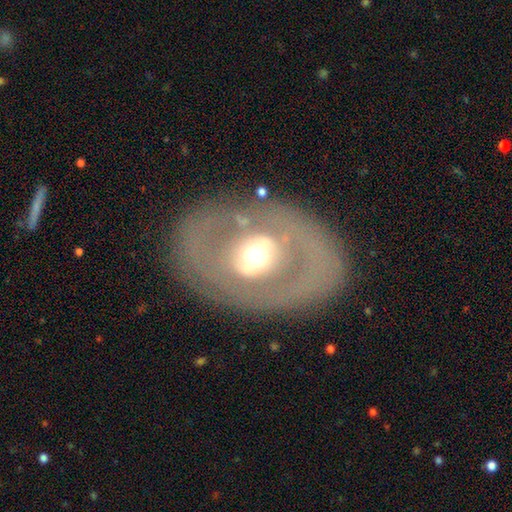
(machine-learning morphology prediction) This is likely a featured or disk galaxy (65%). It is clearly not viewed edge-on (91%). Bar: possibly no (53%). Spiral arm pattern: clearly no (82%). Central bulge: likely moderate (62%). Merging: likely none (77%).